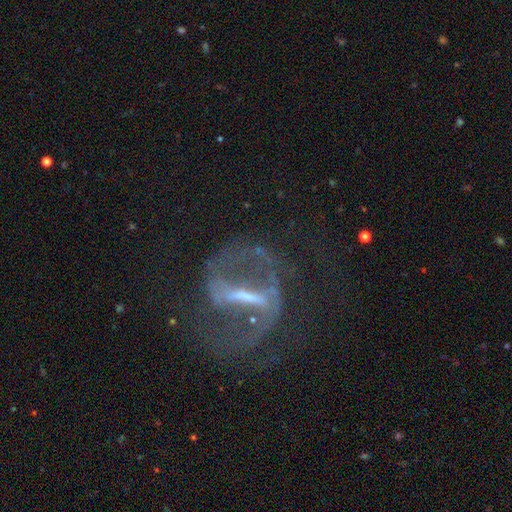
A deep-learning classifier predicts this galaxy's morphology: Q: Smooth or featured?
A: featured or disk (82%); runner-up: star or artifact (11%)
Q: Edge-on disk?
A: no (84%); runner-up: yes (16%)
Q: Bar?
A: strong (77%); runner-up: weak (17%)
Q: Spiral arms?
A: yes (75%); runner-up: no (25%)
Q: Spiral winding?
A: medium (49%); runner-up: tight (26%)
Q: Spiral arm count?
A: 2 (79%); runner-up: can't tell (13%)
Q: Bulge size?
A: small (48%); runner-up: moderate (25%)
Q: Merging?
A: none (63%); runner-up: major disturbance (21%)